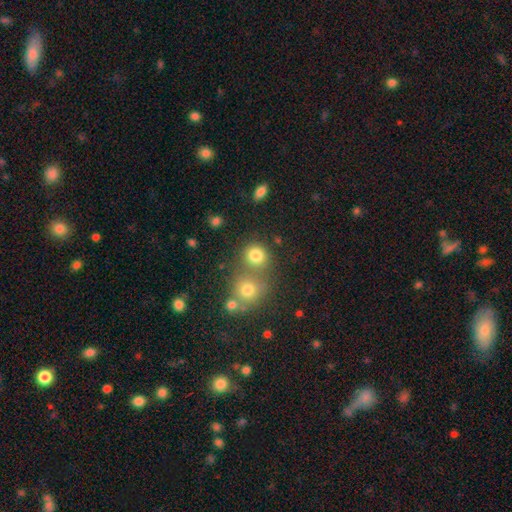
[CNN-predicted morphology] smooth 78%, star or artifact 14%, featured or disk 7%. Down the decision tree: how rounded — round (84%); merging — none (59%).